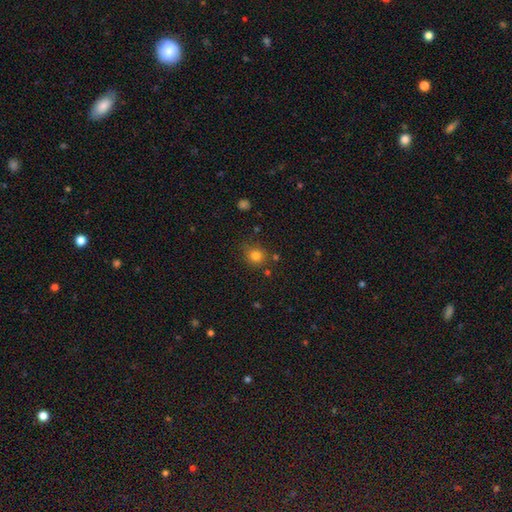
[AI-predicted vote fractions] Smooth or featured? Predicted: smooth (p=0.79). How rounded? Predicted: round (p=0.81). Merging? Predicted: none (p=0.74).